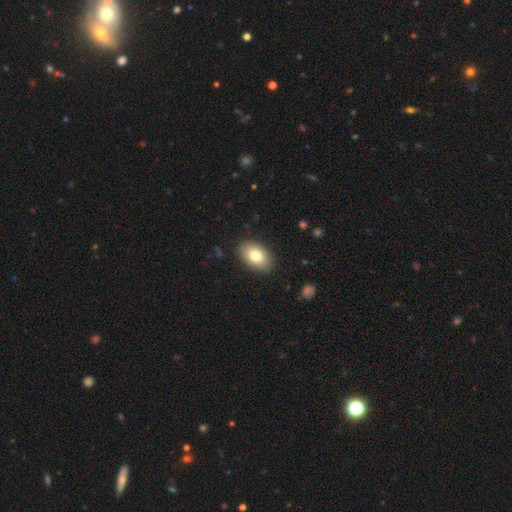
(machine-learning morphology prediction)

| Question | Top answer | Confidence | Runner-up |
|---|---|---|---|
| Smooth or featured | smooth | 81% | featured or disk (12%) |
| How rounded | in between | 88% | round (11%) |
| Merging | none | 87% | minor disturbance (9%) |